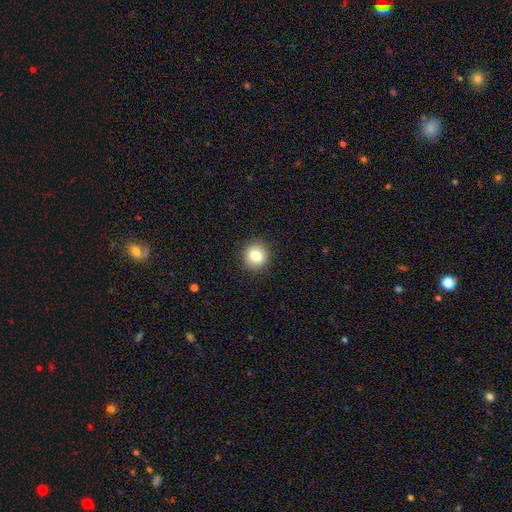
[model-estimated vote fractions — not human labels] smooth_or_featured: smooth (p=0.82) [alt: star or artifact p=0.10]
how_rounded: round (p=0.89) [alt: in between p=0.10]
merging: none (p=0.91) [alt: minor disturbance p=0.06]